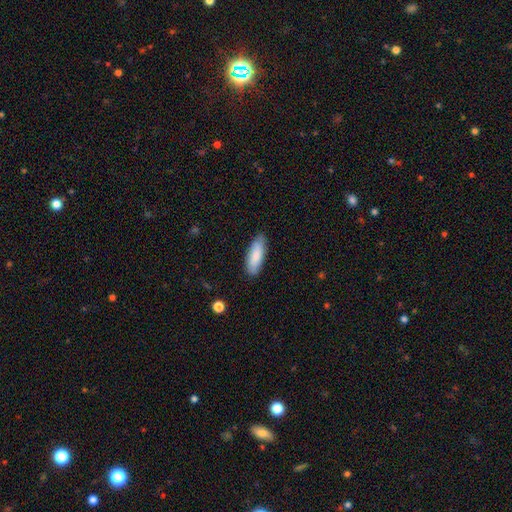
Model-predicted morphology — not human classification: This appears to be a smooth galaxy with no disk features (83%) that is in between round and cigar-shaped (66%). Merging: none (83%).